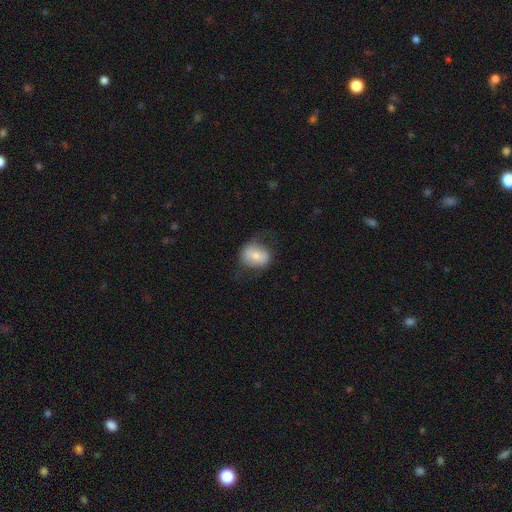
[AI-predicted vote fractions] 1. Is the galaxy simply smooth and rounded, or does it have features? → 63% smooth, 30% featured or disk, 8% star or artifact.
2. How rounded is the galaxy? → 49% in between (tied), 49% round (tied), 1% cigar-shaped.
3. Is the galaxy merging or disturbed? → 65% none, 22% minor disturbance, 12% major disturbance, 1% merger.